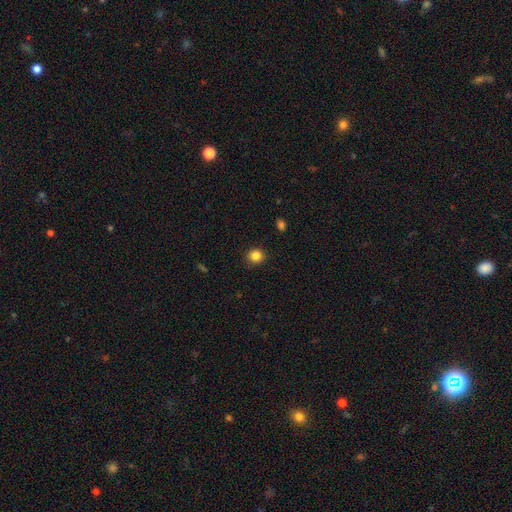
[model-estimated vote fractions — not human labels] Morphology: type=smooth (85%); roundness=round (85%); merging=none (89%).